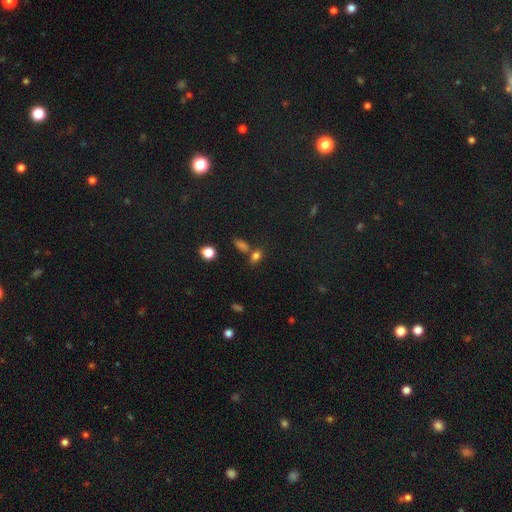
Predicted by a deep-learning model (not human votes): The model was most divided on "merging": none: 57%, merger: 25%, minor disturbance: 13%, major disturbance: 5%. More confident: smooth or featured — smooth (75%); how rounded — in between (74%).